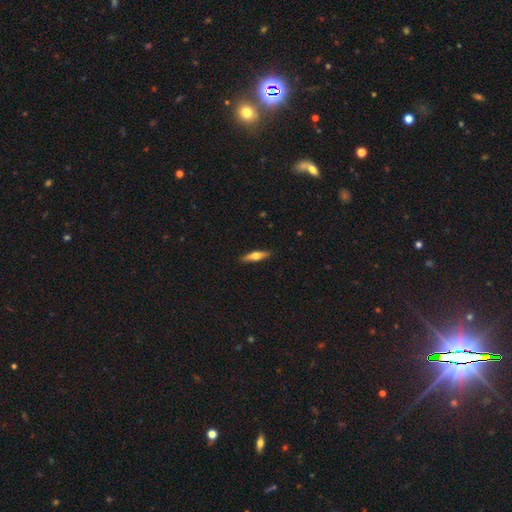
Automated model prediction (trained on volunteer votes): Smooth or featured? featured or disk (49%)
Merging? none (90%)